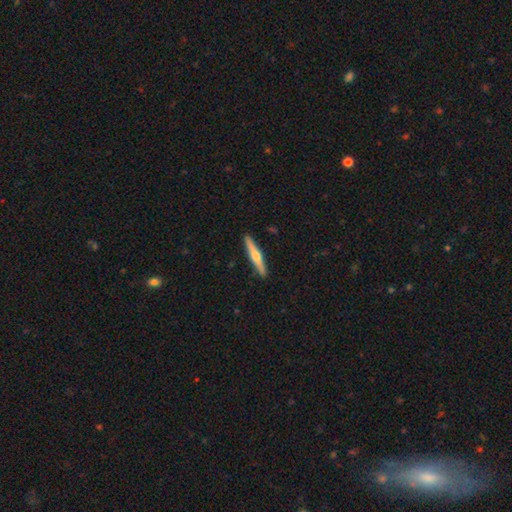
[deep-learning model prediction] A featured or disk galaxy (57%) viewed edge-on (97%) with a rounded central bulge (90%).

Vote fractions:
- Smooth or featured? featured or disk: 57% / smooth: 38% / star or artifact: 5%
- Edge-on disk? yes: 97% / no: 3%
- Edge-on bulge? rounded: 90% / none: 6% / boxy: 4%
- Merging? none: 92% / minor disturbance: 6% / major disturbance: 1% / merger: 1%